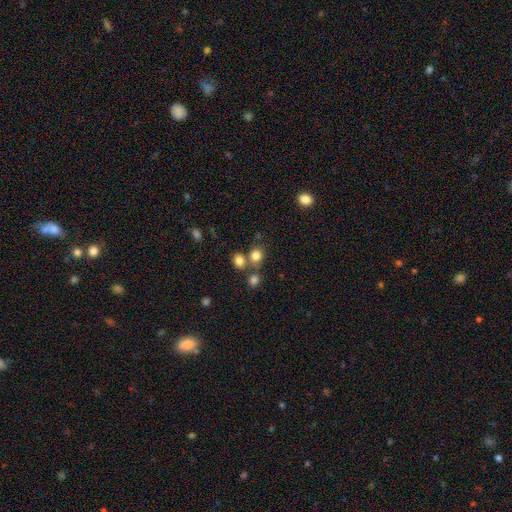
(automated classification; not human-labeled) Smooth or featured?
  - smooth: 80% *
  - star or artifact: 13%
  - featured or disk: 7%
How rounded?
  - round: 73% *
  - in between: 26%
  - cigar-shaped: 1%
Merging?
  - none: 61% *
  - merger: 26%
  - minor disturbance: 9%
  - major disturbance: 4%